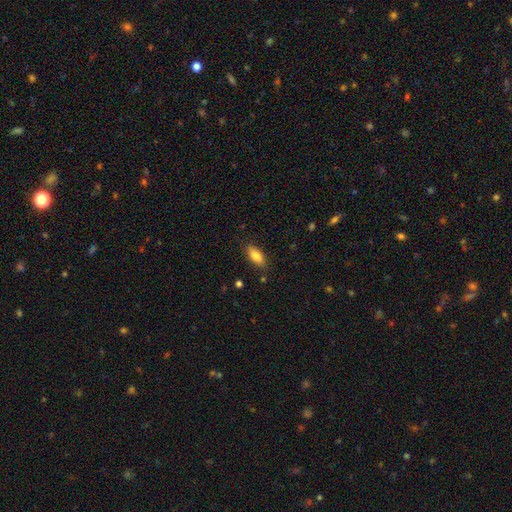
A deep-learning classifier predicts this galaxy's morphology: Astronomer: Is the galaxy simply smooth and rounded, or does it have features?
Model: smooth — 83%.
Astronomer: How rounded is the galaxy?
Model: in between — 84%.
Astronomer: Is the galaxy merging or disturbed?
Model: none — 84%.